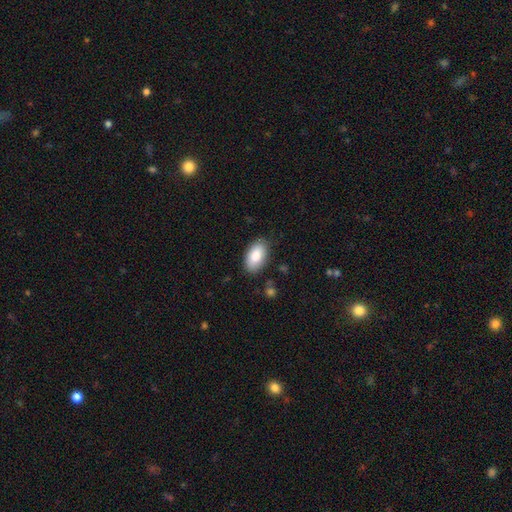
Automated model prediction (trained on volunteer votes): Overall: smooth (86%). How rounded: in between (95%). Merging: none (82%).